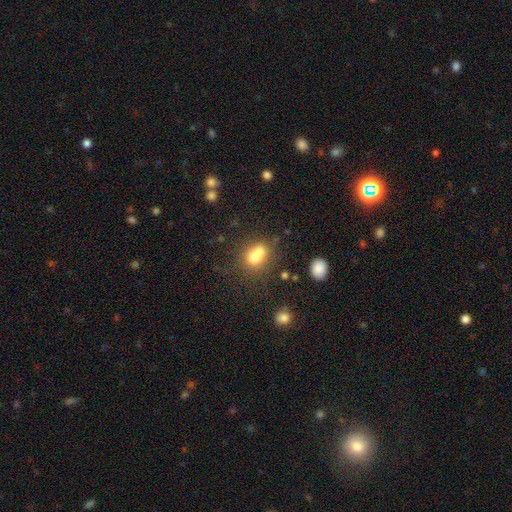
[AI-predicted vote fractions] smooth 69%, featured or disk 18%, star or artifact 13%. Down the decision tree: how rounded — round (69%); merging — merger (56%).